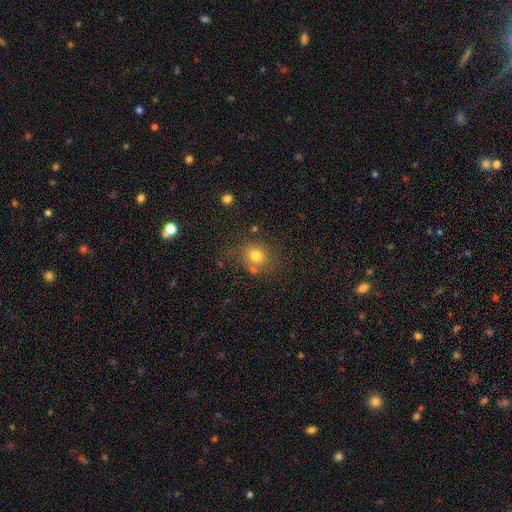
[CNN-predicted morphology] The model was most divided on "merging": none: 71%, minor disturbance: 13%, merger: 10%, major disturbance: 5%. More confident: how rounded — round (81%); smooth or featured — smooth (75%).